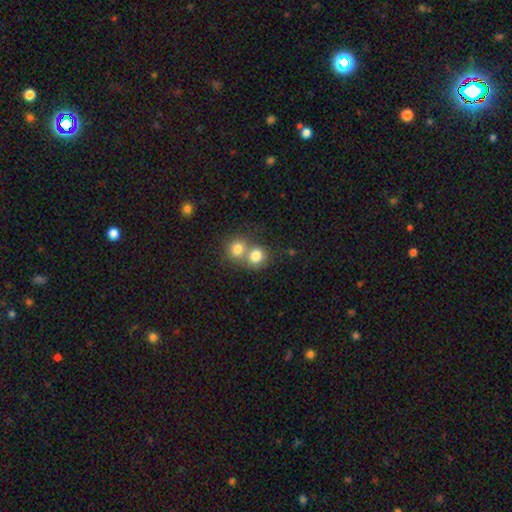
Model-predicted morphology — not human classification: Smooth or featured: smooth — 79% (star or artifact — 11%)
How rounded: round — 79% (in between — 21%)
Merging: merger — 57% (none — 34%)